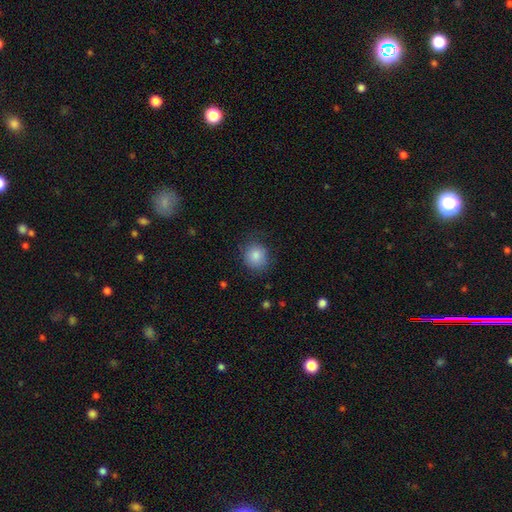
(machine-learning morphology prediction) Smooth or featured?
  - smooth: 85% *
  - star or artifact: 9%
  - featured or disk: 6%
How rounded?
  - round: 84% *
  - in between: 15%
  - cigar-shaped: 1%
Merging?
  - none: 78% *
  - minor disturbance: 16%
  - major disturbance: 5%
  - merger: 1%